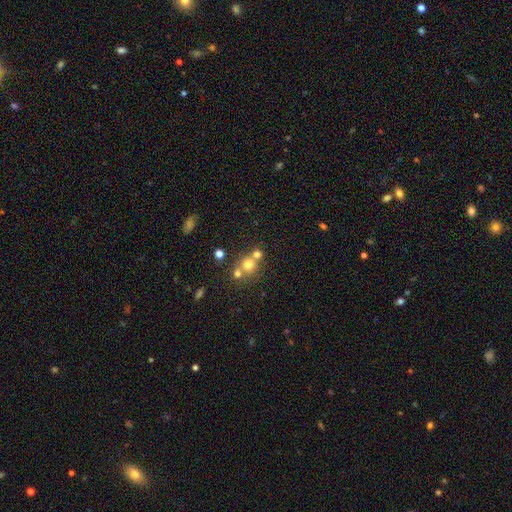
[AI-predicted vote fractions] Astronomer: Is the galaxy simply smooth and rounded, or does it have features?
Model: smooth — 55%.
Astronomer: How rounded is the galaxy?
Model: round — 81%.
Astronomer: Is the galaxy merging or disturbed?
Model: none — 45% (runner-up: merger, 44%).